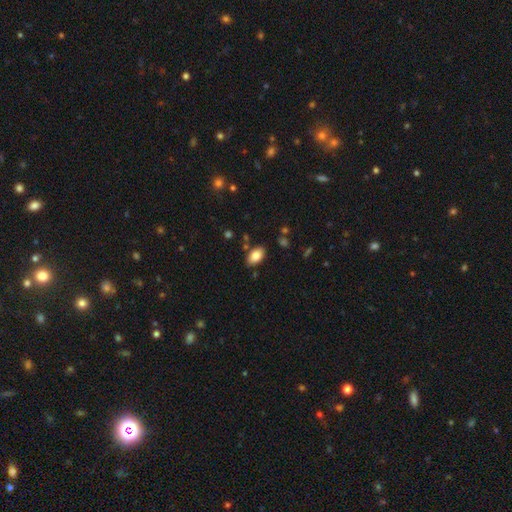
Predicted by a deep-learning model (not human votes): Q: Smooth or featured?
A: smooth (83%); runner-up: featured or disk (10%)
Q: How rounded?
A: in between (93%); runner-up: round (5%)
Q: Merging?
A: none (83%); runner-up: minor disturbance (11%)